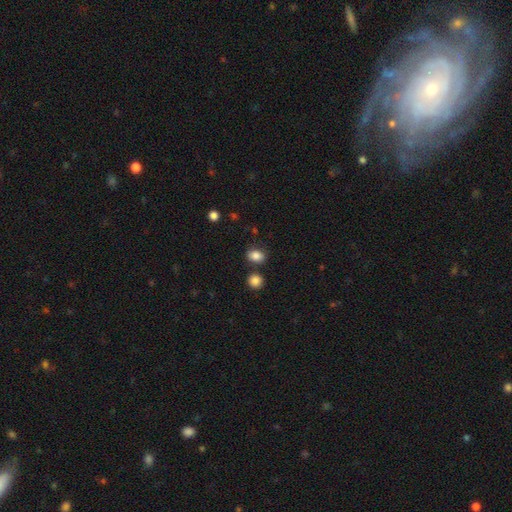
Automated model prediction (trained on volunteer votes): smooth 85%, star or artifact 10%, featured or disk 5%. Down the decision tree: how rounded — in between (59%); merging — none (76%).